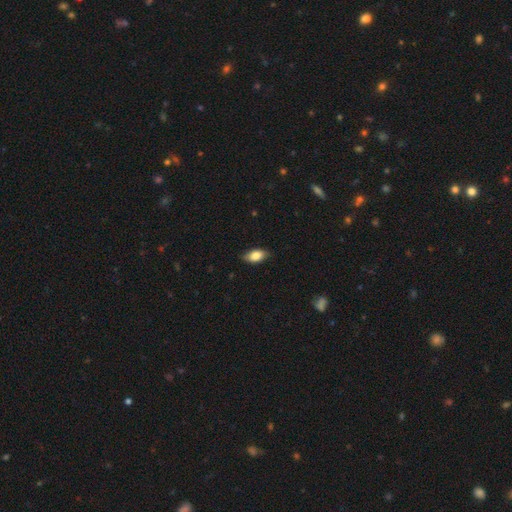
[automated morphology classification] smooth-or-featured: smooth: 82% | featured or disk: 11% | star or artifact: 7%
  how-rounded: in between: 90% | round: 6% | cigar-shaped: 5%
  merging: none: 79% | minor disturbance: 17% | major disturbance: 3% | merger: 1%